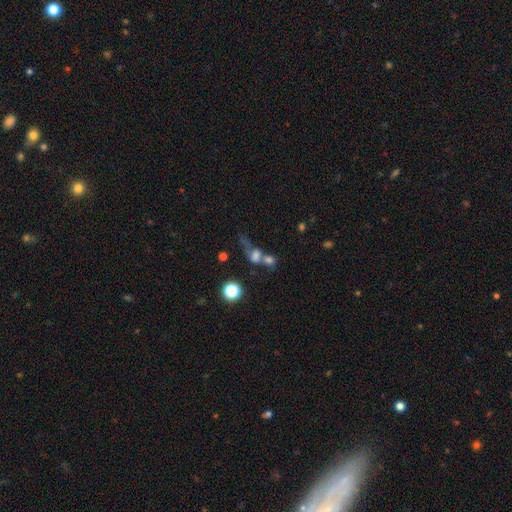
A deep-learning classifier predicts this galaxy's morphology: This appears to be a smooth galaxy with no disk features (60%) that is round (51%). Merging: merger (58%).